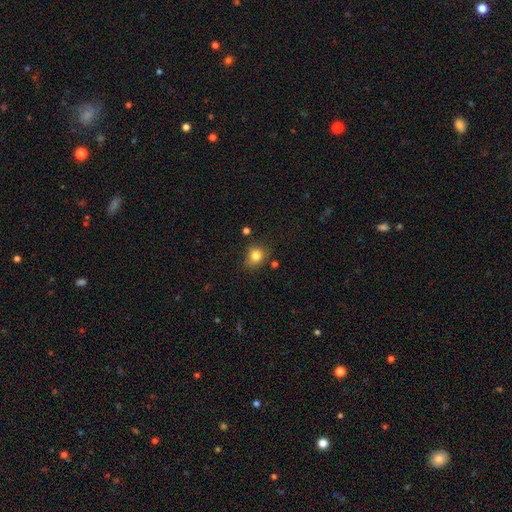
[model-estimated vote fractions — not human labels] A smooth galaxy with no disk features (81%) that is round (73%).

Vote fractions:
- Smooth or featured? smooth: 81% / star or artifact: 12% / featured or disk: 7%
- How rounded? round: 73% / in between: 26% / cigar-shaped: 1%
- Merging? none: 80% / minor disturbance: 14% / major disturbance: 3% / merger: 3%